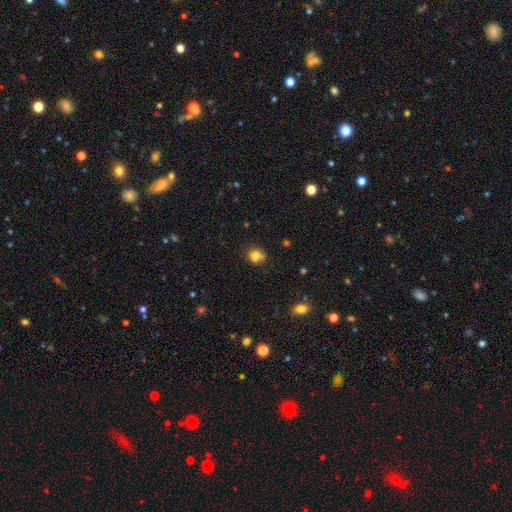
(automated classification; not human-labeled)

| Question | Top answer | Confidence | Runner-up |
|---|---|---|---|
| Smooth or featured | smooth | 79% | star or artifact (13%) |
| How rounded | round | 74% | in between (25%) |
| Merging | none | 60% | minor disturbance (19%) |